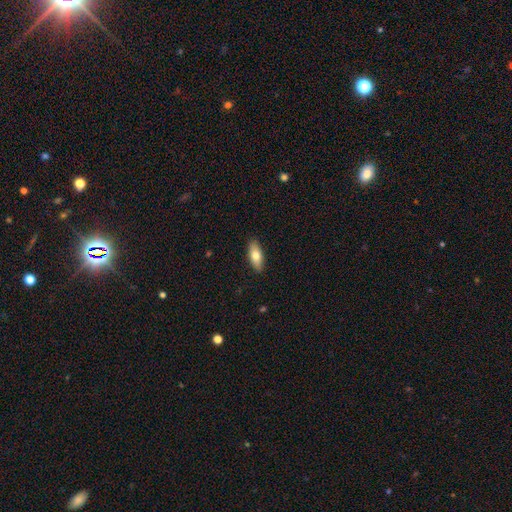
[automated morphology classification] smooth-or-featured: smooth: 74% | featured or disk: 20% | star or artifact: 6%
  how-rounded: in between: 75% | cigar-shaped: 22% | round: 3%
  merging: none: 89% | minor disturbance: 8% | major disturbance: 2% | merger: 1%